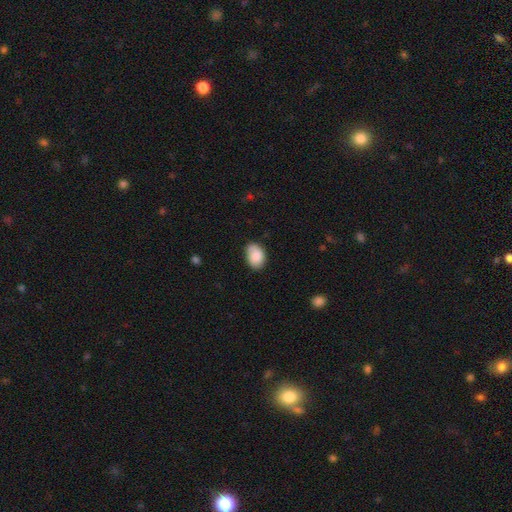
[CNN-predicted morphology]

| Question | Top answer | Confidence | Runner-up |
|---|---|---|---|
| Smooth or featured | smooth | 85% | featured or disk (8%) |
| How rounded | in between | 81% | round (18%) |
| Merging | none | 70% | minor disturbance (24%) |